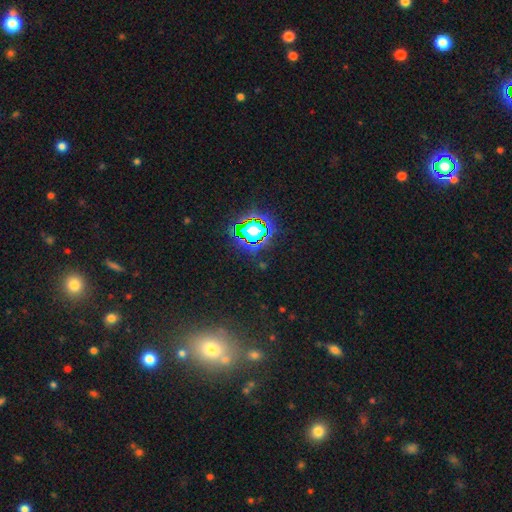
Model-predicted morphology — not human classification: smooth-or-featured: star or artifact: 68% | smooth: 22% | featured or disk: 10%